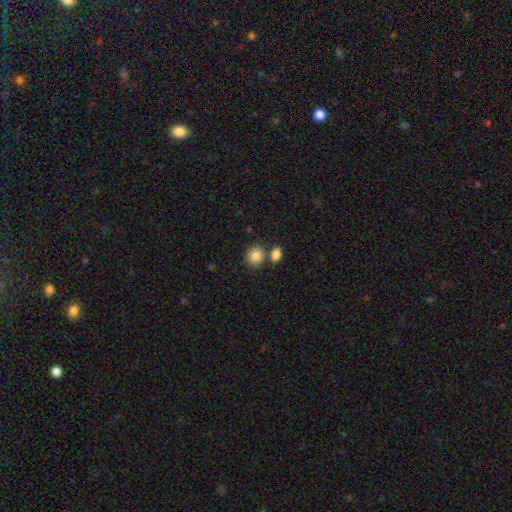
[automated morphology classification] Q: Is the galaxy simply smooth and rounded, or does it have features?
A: smooth — 87%.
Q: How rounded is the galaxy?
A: round — 79%.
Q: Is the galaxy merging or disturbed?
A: none — 64%.